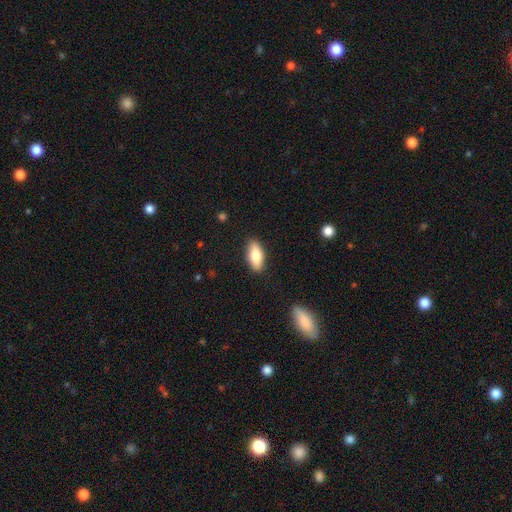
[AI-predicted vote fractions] This appears to be a smooth galaxy with no disk features (75%) that is in between round and cigar-shaped (81%). Merging: none (88%).